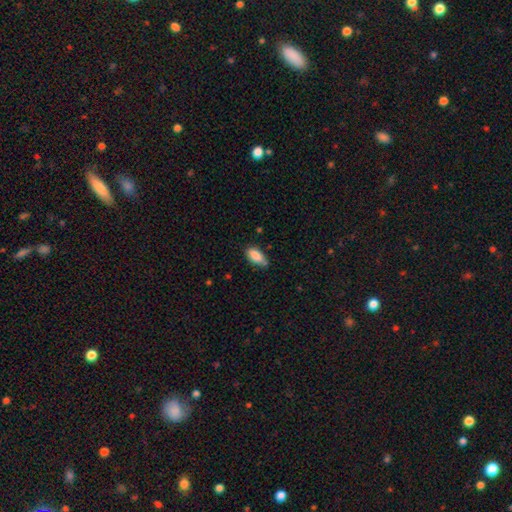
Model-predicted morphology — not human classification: This appears to be a smooth galaxy with no disk features (87%) that is in between round and cigar-shaped (91%). Merging: none (67%).